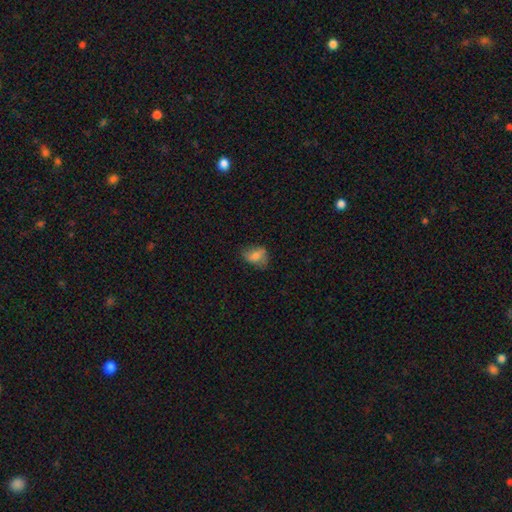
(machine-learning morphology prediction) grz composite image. It shows a smooth galaxy with no disk features (65%) that is in between round and cigar-shaped (72%). Merging: none (59%).